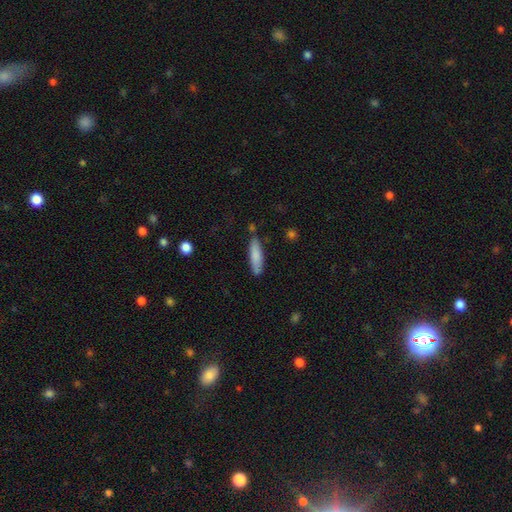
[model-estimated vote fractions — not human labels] Smooth or featured?
  - smooth: 81% *
  - featured or disk: 13%
  - star or artifact: 6%
How rounded?
  - cigar-shaped: 64% *
  - in between: 34%
  - round: 2%
Merging?
  - none: 71% *
  - minor disturbance: 19%
  - merger: 6%
  - major disturbance: 4%